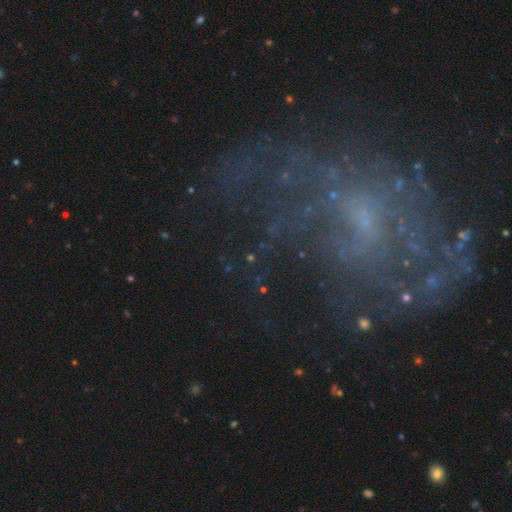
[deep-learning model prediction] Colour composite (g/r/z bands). It shows a featured or disk galaxy (68%) with no bar (63%), spiral arms (61%) and a small central bulge (55%). Merging: none (49%).